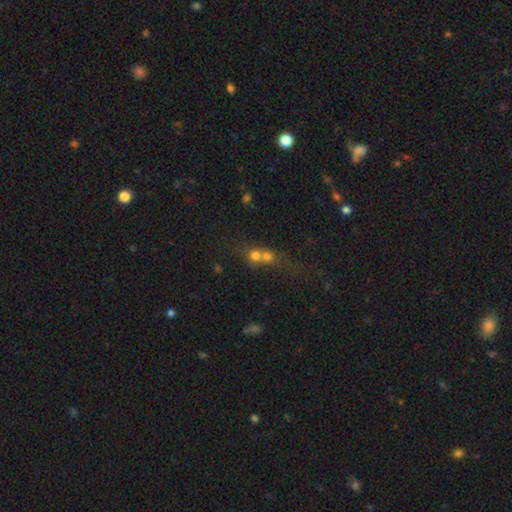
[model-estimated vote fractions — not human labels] This appears to be a smooth galaxy with no disk features (67%) that is round (78%). Merging: merger (66%).